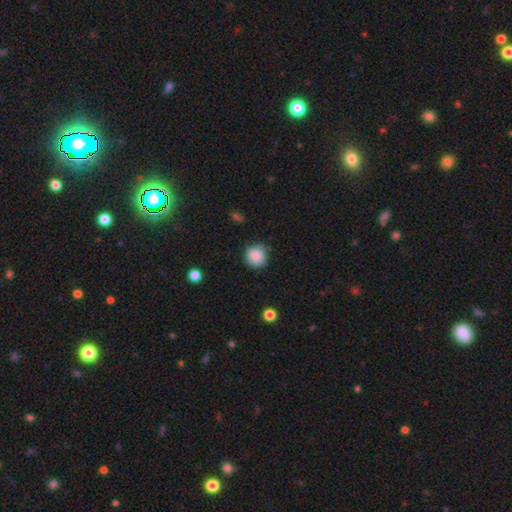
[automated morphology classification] Q: Smooth or featured?
A: smooth (86%); runner-up: star or artifact (9%)
Q: How rounded?
A: round (92%); runner-up: in between (7%)
Q: Merging?
A: none (79%); runner-up: minor disturbance (16%)